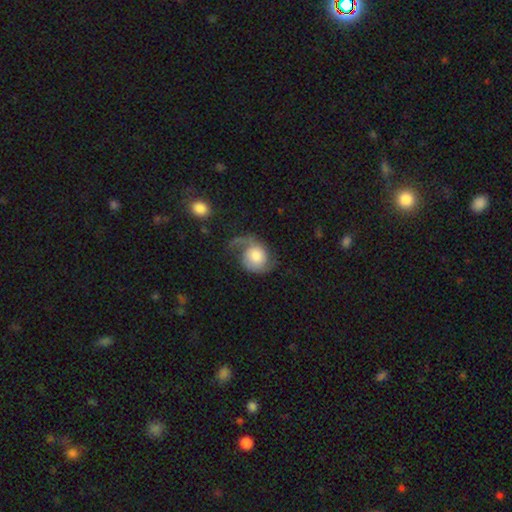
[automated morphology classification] Smooth or featured?
  - featured or disk: 60% *
  - smooth: 32%
  - star or artifact: 8%
Edge-on disk?
  - no: 97% *
  - yes: 3%
Bar?
  - no: 76% *
  - weak: 21%
  - strong: 4%
Spiral arms?
  - yes: 91% *
  - no: 9%
Spiral winding?
  - loose: 56% *
  - medium: 32%
  - tight: 12%
Spiral arm count?
  - 2: 72% *
  - 1: 21%
  - can't tell: 4%
  - 3: 1%
  - 4: 1%
  - more than 4: 1%
Bulge size?
  - large: 36% *
  - moderate: 30%
  - dominant: 14%
  - small: 13%
  - none: 6%
Merging?
  - none: 42% *
  - major disturbance: 31%
  - minor disturbance: 24%
  - merger: 3%